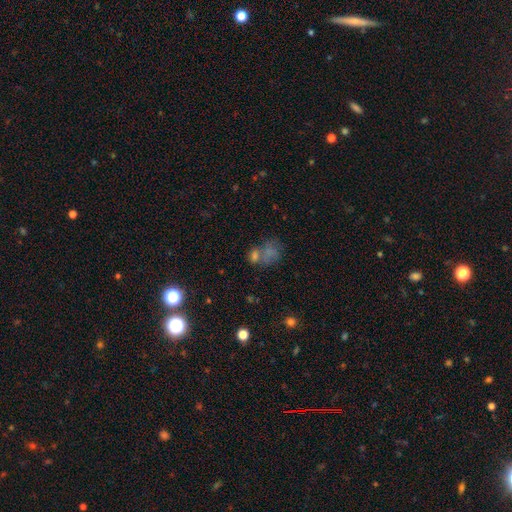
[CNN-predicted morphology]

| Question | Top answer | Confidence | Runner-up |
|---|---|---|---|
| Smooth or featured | smooth | 52% | star or artifact (27%) |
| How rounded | in between | 53% | round (44%) |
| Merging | merger | 38% | none (37%) |